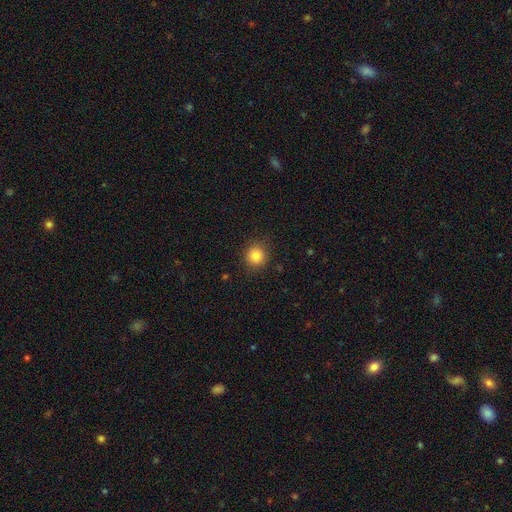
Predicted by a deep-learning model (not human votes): A smooth galaxy with no disk features (84%) that is round (90%). Merging: none (87%).